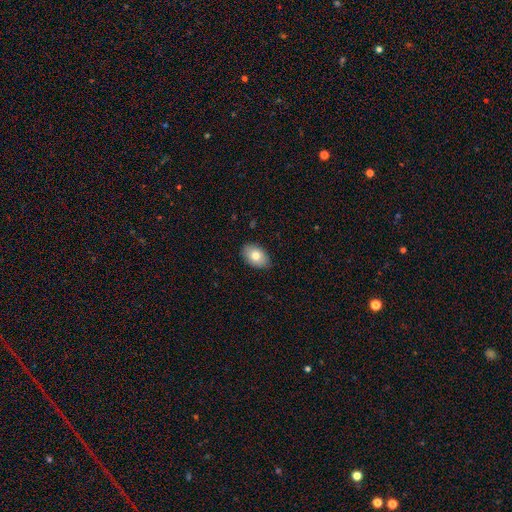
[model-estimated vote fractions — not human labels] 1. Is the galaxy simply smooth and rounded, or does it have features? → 79% smooth, 14% featured or disk, 7% star or artifact.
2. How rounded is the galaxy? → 86% in between, 13% round, 1% cigar-shaped.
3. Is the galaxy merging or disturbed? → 87% none, 10% minor disturbance, 2% major disturbance, 1% merger.